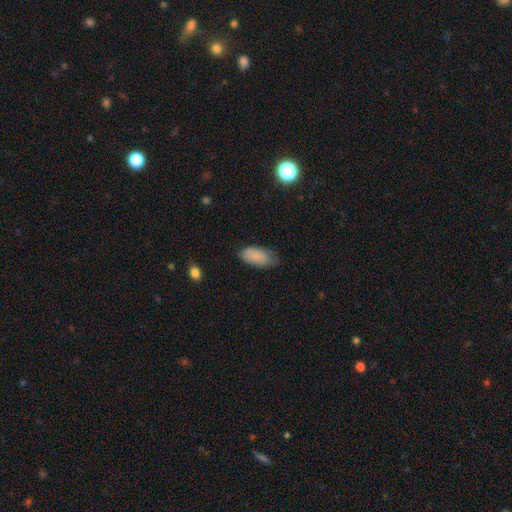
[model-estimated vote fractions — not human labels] Smooth or featured? smooth (85%)
How rounded? in between (93%)
Merging? none (62%)